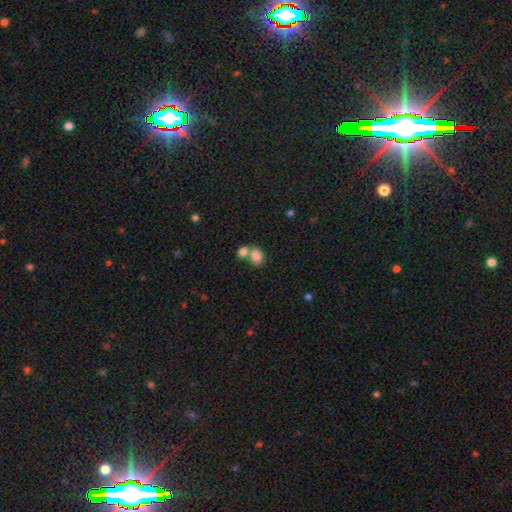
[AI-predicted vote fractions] smooth_or_featured: smooth (p=0.84) [alt: star or artifact p=0.09]
how_rounded: in between (p=0.67) [alt: round p=0.32]
merging: merger (p=0.51) [alt: none p=0.36]